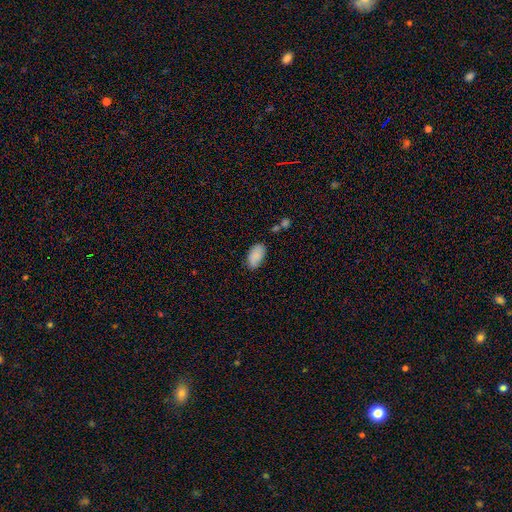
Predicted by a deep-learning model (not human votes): Q: Smooth or featured?
A: smooth (87%); runner-up: star or artifact (7%)
Q: How rounded?
A: in between (94%); runner-up: round (3%)
Q: Merging?
A: none (76%); runner-up: minor disturbance (17%)